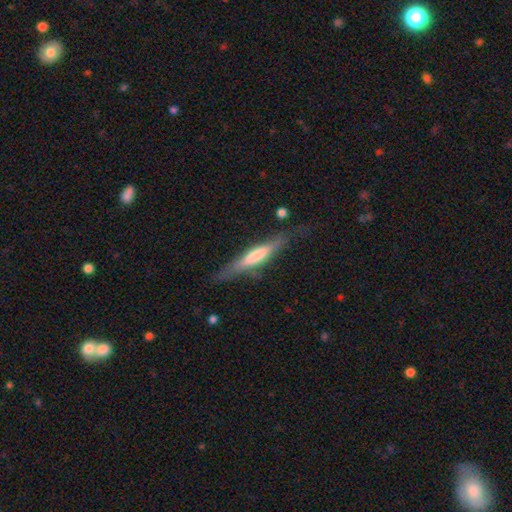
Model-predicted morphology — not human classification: Overall: smooth (49%; featured or disk 45%). Merging: none (69%).